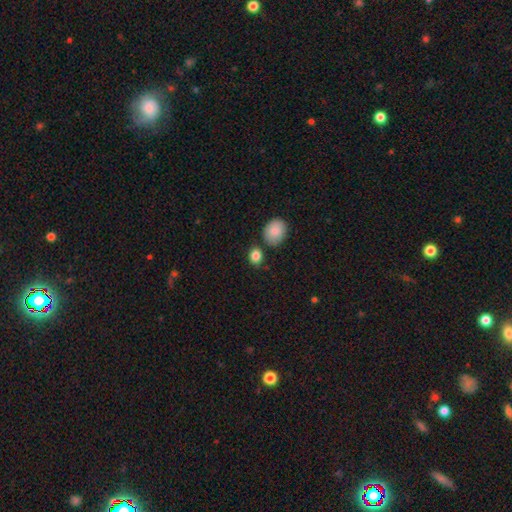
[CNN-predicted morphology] Q: Smooth or featured?
A: smooth (86%); runner-up: star or artifact (9%)
Q: How rounded?
A: round (57%); runner-up: in between (42%)
Q: Merging?
A: none (75%); runner-up: minor disturbance (12%)